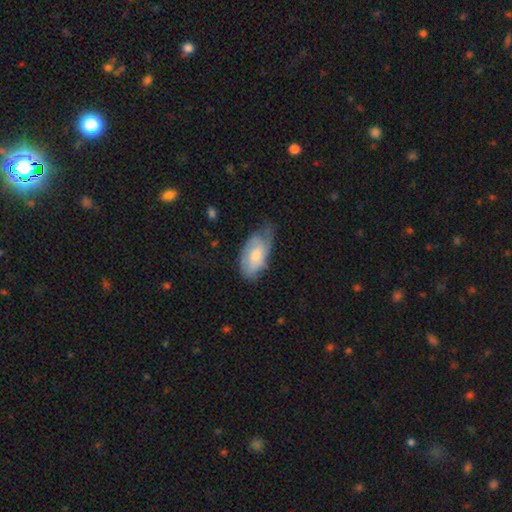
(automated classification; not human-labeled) Smooth or featured: smooth — 60% (featured or disk — 34%)
How rounded: in between — 92% (round — 4%)
Merging: none — 42% (minor disturbance — 41%)